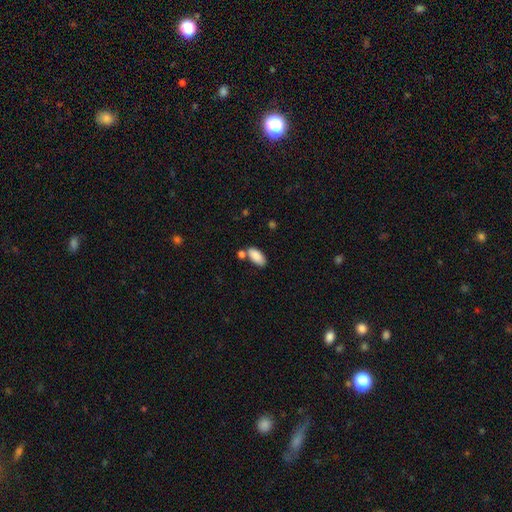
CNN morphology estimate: Smooth or featured? Predicted: smooth (p=0.88). How rounded? Predicted: in between (p=0.92). Merging? Predicted: none (p=0.65).